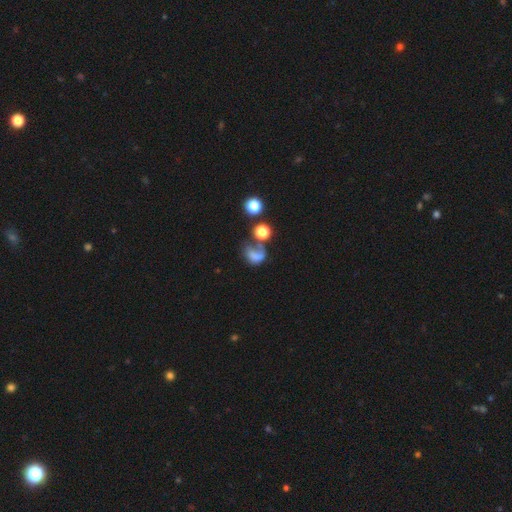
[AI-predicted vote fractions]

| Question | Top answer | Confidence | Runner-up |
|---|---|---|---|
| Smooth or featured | smooth | 55% | featured or disk (28%) |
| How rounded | in between | 57% | round (41%) |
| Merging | major disturbance | 37% | none (24%) |